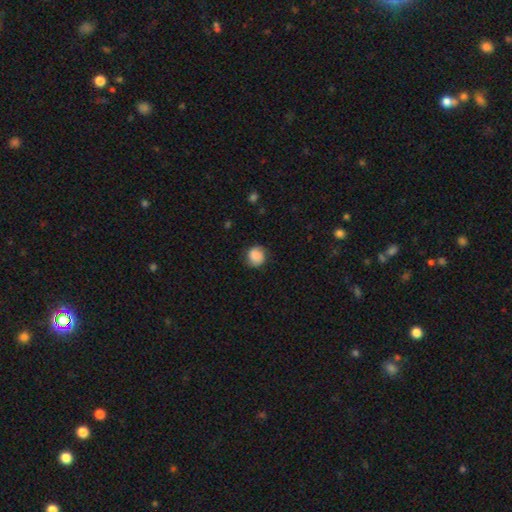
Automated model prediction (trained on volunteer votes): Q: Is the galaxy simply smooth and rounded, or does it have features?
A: smooth — 81%.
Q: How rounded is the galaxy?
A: round — 88%.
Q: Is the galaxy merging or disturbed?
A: none — 81%.